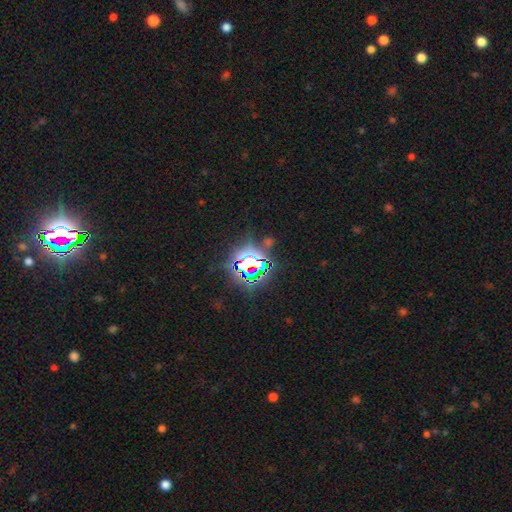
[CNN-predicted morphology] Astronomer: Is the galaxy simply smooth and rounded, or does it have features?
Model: star or artifact — 79%.